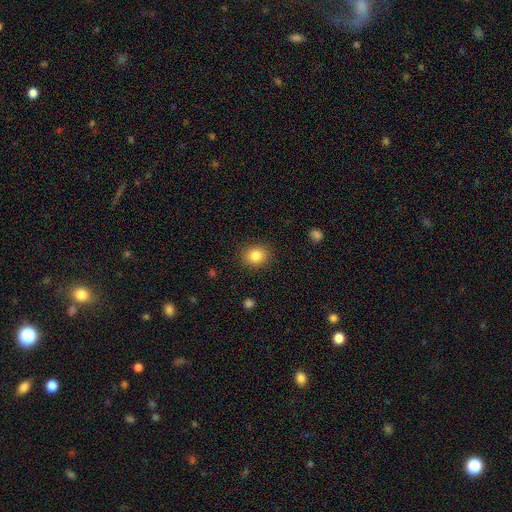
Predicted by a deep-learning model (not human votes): Smooth or featured: smooth — 83% (star or artifact — 11%)
How rounded: round — 72% (in between — 27%)
Merging: none — 89% (minor disturbance — 8%)